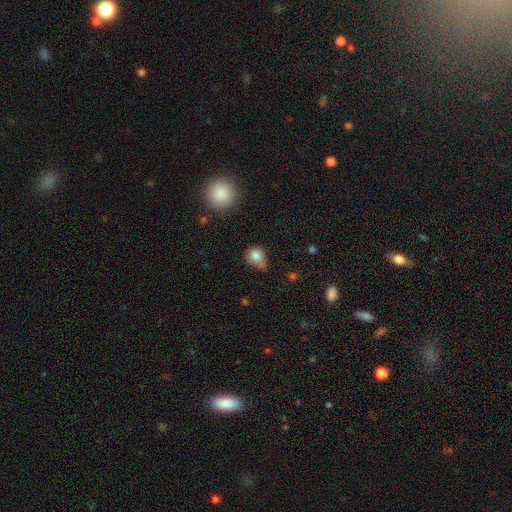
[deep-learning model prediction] Smooth or featured? smooth (81%)
How rounded? round (74%)
Merging? none (47%)